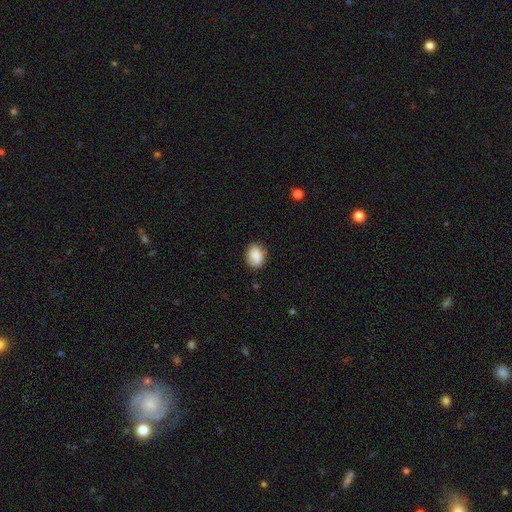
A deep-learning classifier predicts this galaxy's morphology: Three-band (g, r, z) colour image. It shows a smooth galaxy with no disk features (89%) that is in between round and cigar-shaped (61%). Merging: none (81%).